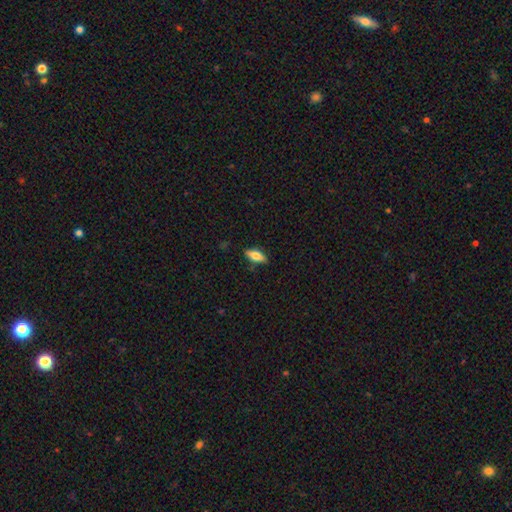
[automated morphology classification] smooth_or_featured: smooth (p=0.64) [alt: featured or disk p=0.29]
how_rounded: in between (p=0.72) [alt: cigar-shaped p=0.25]
merging: none (p=0.83) [alt: minor disturbance p=0.13]